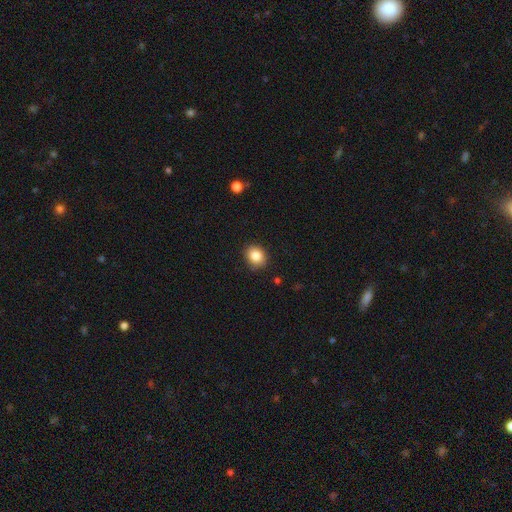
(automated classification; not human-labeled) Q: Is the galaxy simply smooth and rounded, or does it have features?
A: smooth — 85%.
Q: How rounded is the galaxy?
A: round — 64%.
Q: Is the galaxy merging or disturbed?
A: none — 87%.